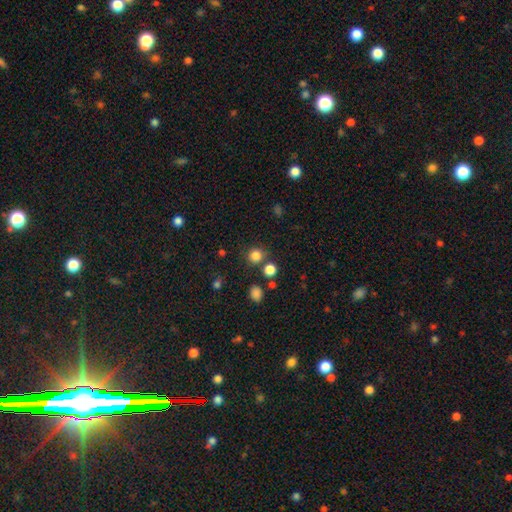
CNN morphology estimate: The model was most divided on "merging": none: 75%, merger: 12%, minor disturbance: 9%, major disturbance: 4%. More confident: how rounded — round (89%); smooth or featured — smooth (81%).